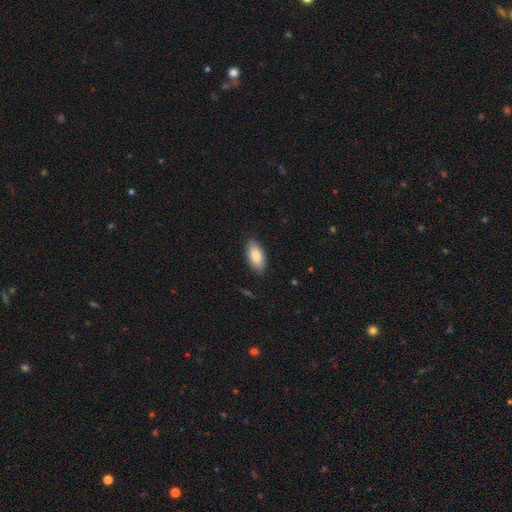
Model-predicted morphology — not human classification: smooth-or-featured: smooth: 84% | featured or disk: 10% | star or artifact: 6%
  how-rounded: in between: 89% | cigar-shaped: 9% | round: 2%
  merging: none: 86% | minor disturbance: 11% | major disturbance: 2% | merger: 1%